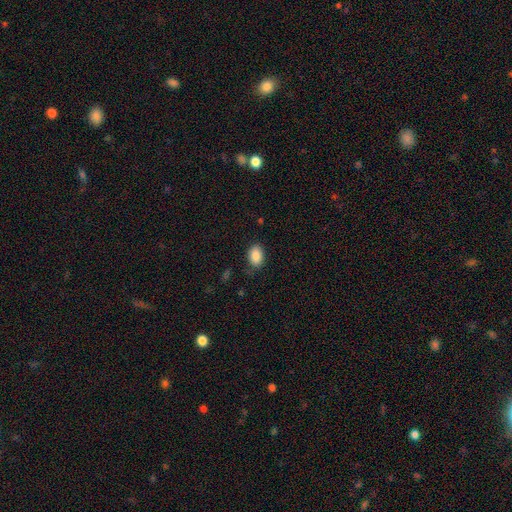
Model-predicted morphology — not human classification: A smooth galaxy with no disk features (88%) that is in between round and cigar-shaped (84%). Merging: none (80%).